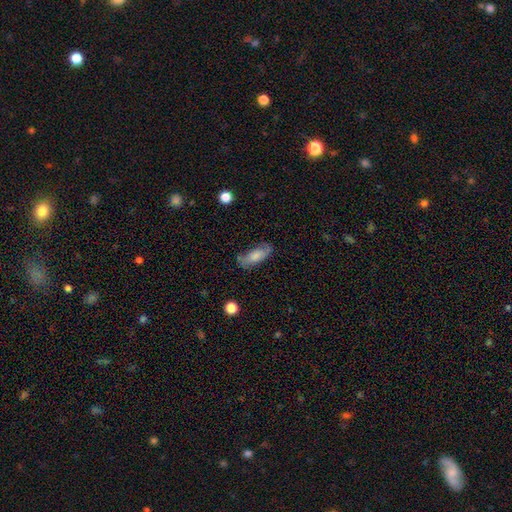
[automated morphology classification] This is likely a smooth galaxy (71%). How rounded: likely in between (74%). Merging: likely none (69%).